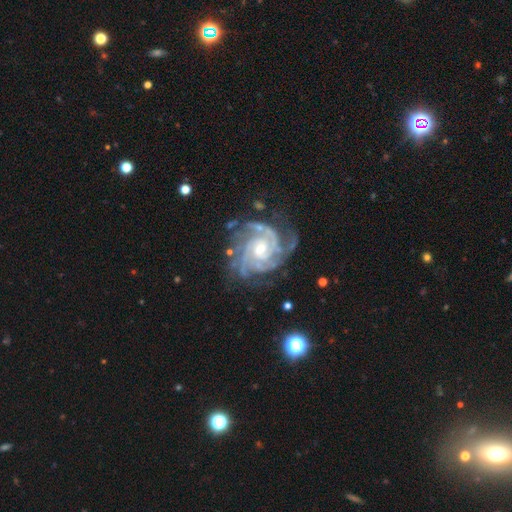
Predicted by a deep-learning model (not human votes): The model was most divided on "bulge size": moderate: 48%, small: 47%, large: 2%, none: 1%, dominant: 1%. Remaining: spiral arms — yes (98%); edge-on disk — no (98%); smooth or featured — featured or disk (90%); merging — none (74%); spiral winding — tight (73%); bar — no (63%); spiral arm count — 3 (29%).